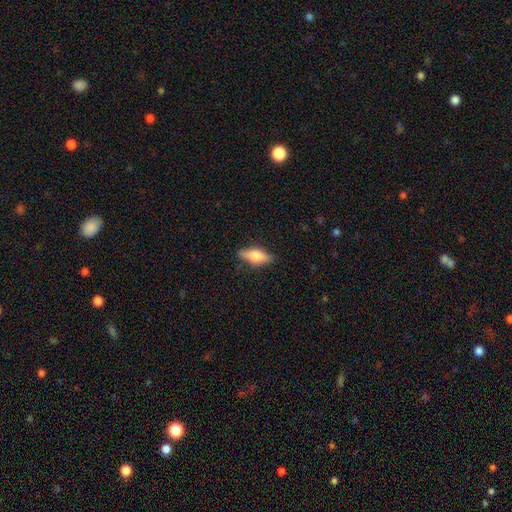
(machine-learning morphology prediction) Smooth or featured: smooth — 64% (featured or disk — 29%)
How rounded: in between — 70% (cigar-shaped — 26%)
Merging: none — 83% (minor disturbance — 13%)